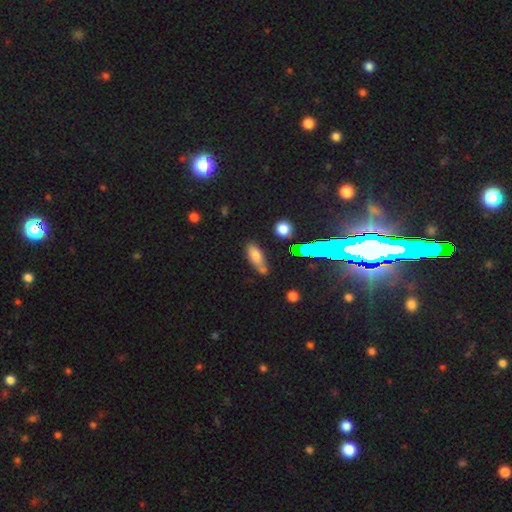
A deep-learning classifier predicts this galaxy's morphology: type=smooth (73%); roundness=in between (70%); merging=none (58%).